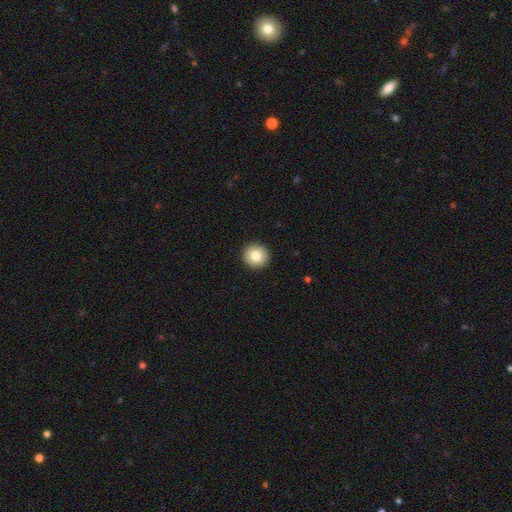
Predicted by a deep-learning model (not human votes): Q: Smooth or featured?
A: smooth (81%); runner-up: featured or disk (10%)
Q: How rounded?
A: round (94%); runner-up: in between (5%)
Q: Merging?
A: none (93%); runner-up: minor disturbance (4%)